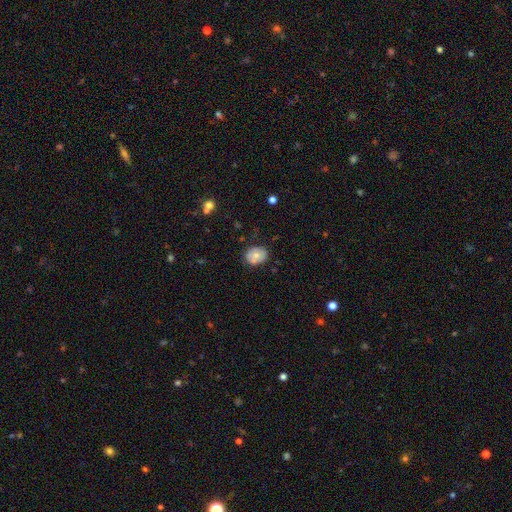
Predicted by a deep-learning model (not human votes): Smooth or featured? smooth (66%)
How rounded? in between (54%)
Merging? none (72%)